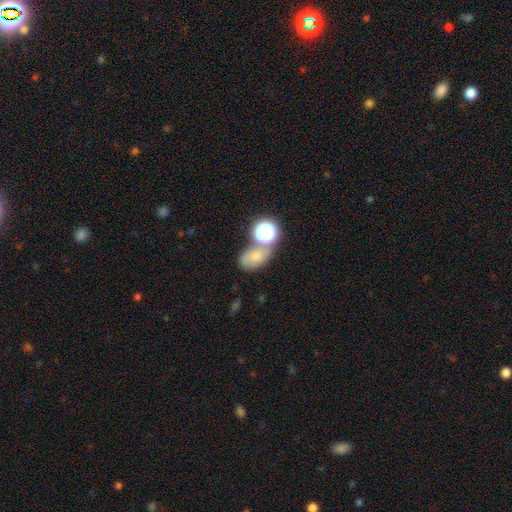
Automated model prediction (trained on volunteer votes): Q: Smooth or featured?
A: smooth (64%); runner-up: featured or disk (18%)
Q: How rounded?
A: in between (73%); runner-up: round (25%)
Q: Merging?
A: none (46%); runner-up: merger (31%)